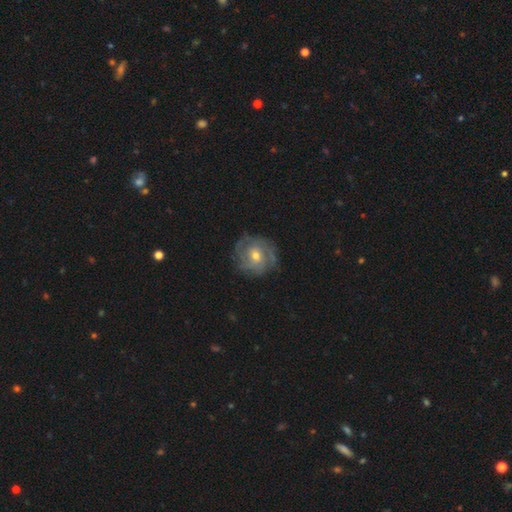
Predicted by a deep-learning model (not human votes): The model was most divided on "spiral arm count": can't tell: 37%, 3: 22%, 2: 20%, 4: 10%, 1: 6%, more than 4: 5%. More confident: edge-on disk — no (97%); spiral arms — yes (88%); merging — none (75%); smooth or featured — featured or disk (74%); bar — no (73%); spiral winding — tight (60%); bulge size — moderate (59%).